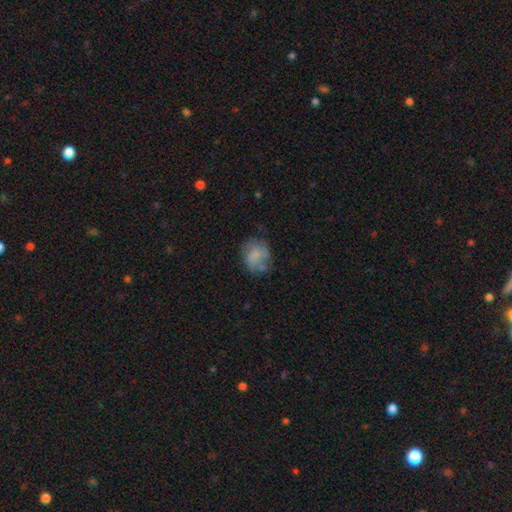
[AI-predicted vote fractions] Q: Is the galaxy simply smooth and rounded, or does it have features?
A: smooth — 60%.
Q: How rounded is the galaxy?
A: round — 57%.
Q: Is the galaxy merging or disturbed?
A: none — 53%.